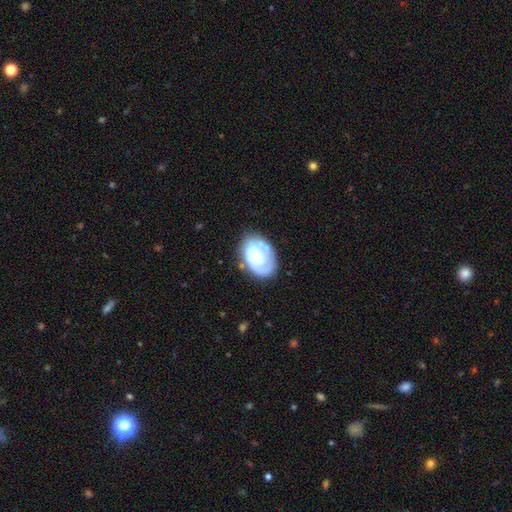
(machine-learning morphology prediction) A featured or disk galaxy (64%) with no bar (73%), tight (64%) spiral arms (84%) and a small central bulge (40%).

Vote fractions:
- Smooth or featured? featured or disk: 64% / smooth: 30% / star or artifact: 6%
- Edge-on disk? no: 97% / yes: 3%
- Bar? no: 73% / weak: 23% / strong: 4%
- Spiral arms? yes: 84% / no: 16%
- Spiral winding? tight: 64% / medium: 27% / loose: 10%
- Spiral arm count? can't tell: 32% / 2: 29% / 1: 25% / 3: 9% / 4: 3% / more than 4: 3%
- Bulge size? small: 40% / moderate: 36% / large: 13% / none: 8% / dominant: 3%
- Merging? none: 70% / minor disturbance: 20% / major disturbance: 7% / merger: 2%